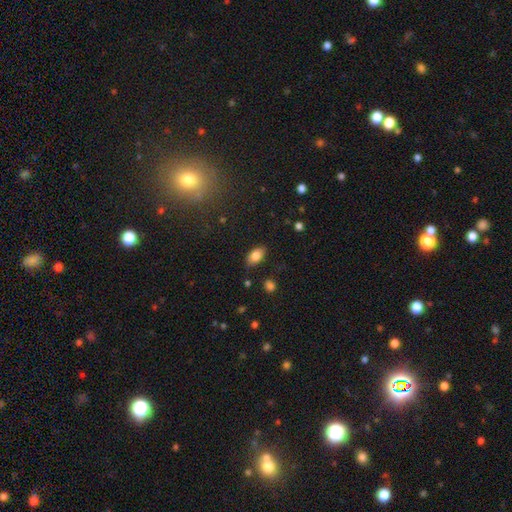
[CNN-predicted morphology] smooth_or_featured: smooth (p=0.82) [alt: featured or disk p=0.10]
how_rounded: in between (p=0.91) [alt: round p=0.07]
merging: none (p=0.79) [alt: minor disturbance p=0.16]